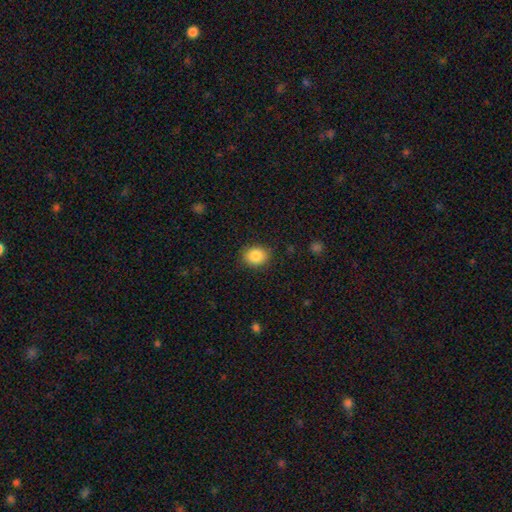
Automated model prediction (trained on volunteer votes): This is clearly a smooth galaxy (86%). How rounded: possibly round (58%). Merging: clearly none (86%).